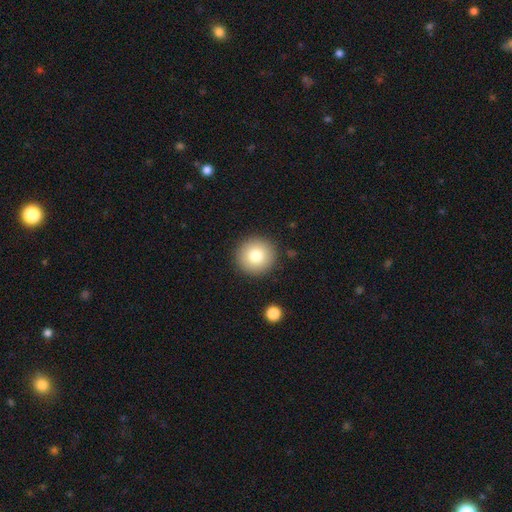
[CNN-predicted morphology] The model was most divided on "smooth or featured": smooth: 78%, featured or disk: 12%, star or artifact: 10%. More confident: how rounded — round (95%); merging — none (90%).